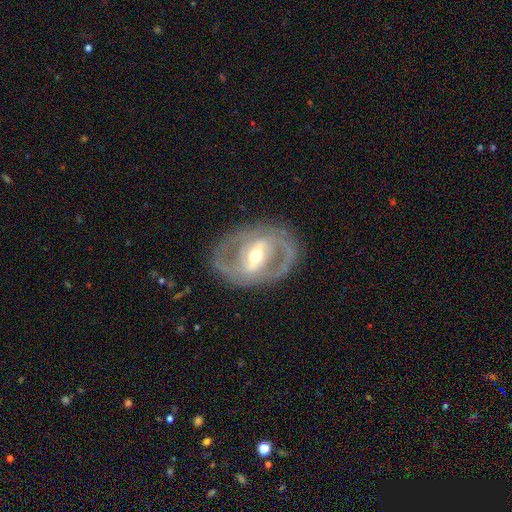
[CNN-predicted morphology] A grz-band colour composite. It shows a featured or disk galaxy (84%) with a strong bar (51%), 2 (80%) medium (44%) spiral arms (79%) and a moderate central bulge (63%). Merging: none (80%).